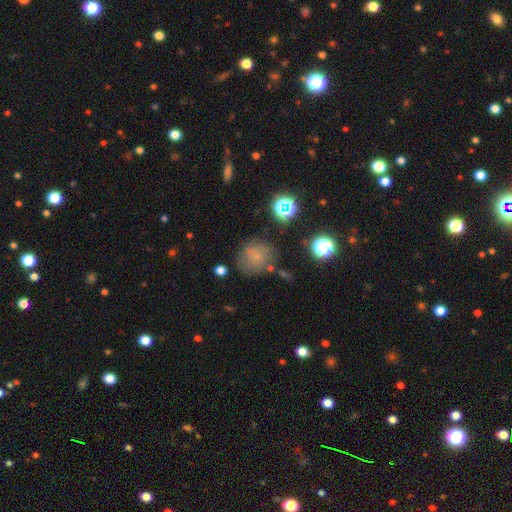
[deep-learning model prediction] smooth_or_featured: smooth (p=0.66) [alt: star or artifact p=0.19]
how_rounded: round (p=0.86) [alt: in between p=0.13]
merging: none (p=0.67) [alt: minor disturbance p=0.19]